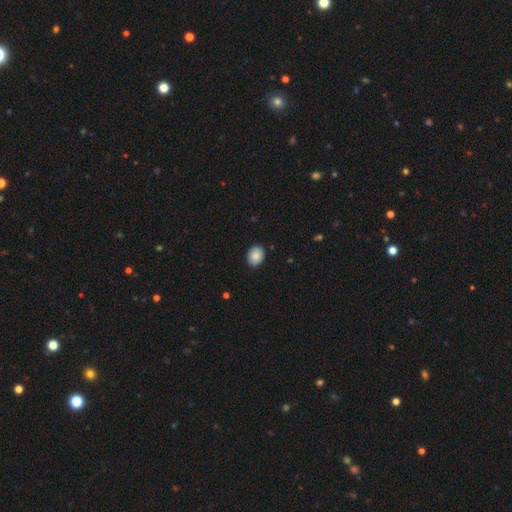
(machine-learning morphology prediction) smooth_or_featured: smooth (p=0.87) [alt: star or artifact p=0.07]
how_rounded: in between (p=0.55) [alt: round p=0.44]
merging: none (p=0.88) [alt: minor disturbance p=0.09]